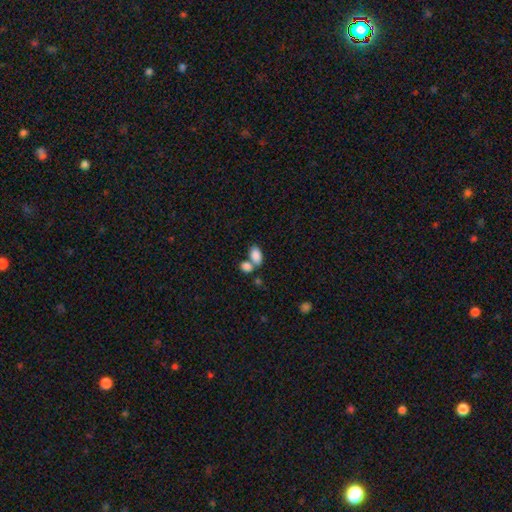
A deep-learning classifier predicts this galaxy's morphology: Smooth or featured: smooth — 85% (star or artifact — 8%)
How rounded: in between — 90% (round — 8%)
Merging: merger — 47% (none — 39%)